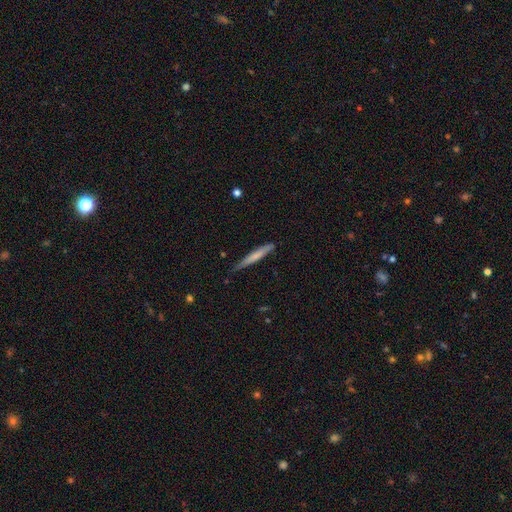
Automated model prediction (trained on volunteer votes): A smooth galaxy with no disk features (62%) that is cigar-shaped (95%).

Vote fractions:
- Smooth or featured? smooth: 62% / featured or disk: 32% / star or artifact: 6%
- How rounded? cigar-shaped: 95% / in between: 3% / round: 1%
- Merging? none: 74% / minor disturbance: 21% / major disturbance: 3% / merger: 2%